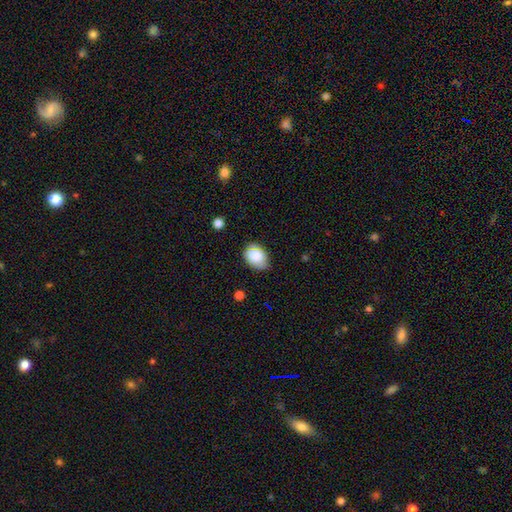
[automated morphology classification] The model was most divided on "merging": none: 71%, minor disturbance: 24%, major disturbance: 4%, merger: 2%. More confident: smooth or featured — smooth (84%); how rounded — in between (77%).